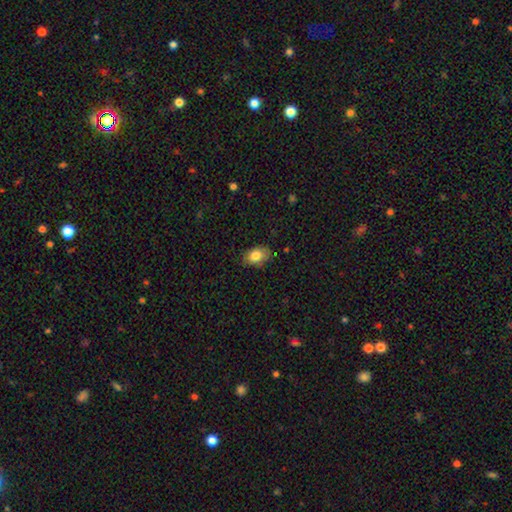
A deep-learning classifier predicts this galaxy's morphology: smooth_or_featured: smooth (p=0.83) [alt: featured or disk p=0.10]
how_rounded: in between (p=0.84) [alt: round p=0.15]
merging: none (p=0.78) [alt: minor disturbance p=0.18]